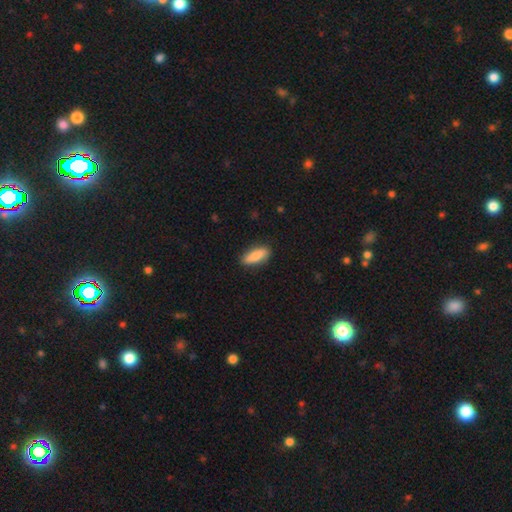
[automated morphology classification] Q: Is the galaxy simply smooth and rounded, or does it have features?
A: smooth — 80%.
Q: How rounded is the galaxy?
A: in between — 70%.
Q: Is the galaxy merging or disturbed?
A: none — 84%.